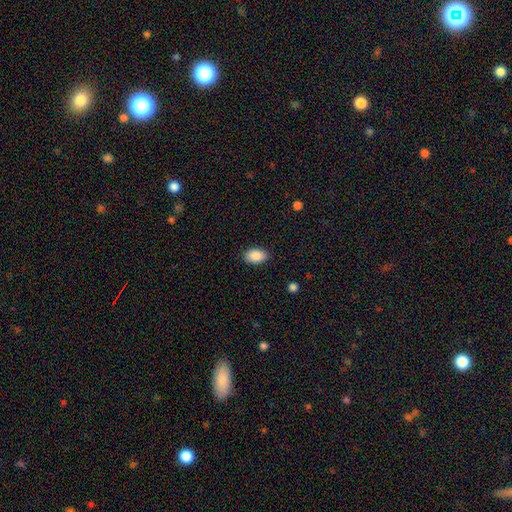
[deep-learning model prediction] This is clearly a smooth galaxy (89%). How rounded: clearly in between (92%). Merging: clearly none (85%).